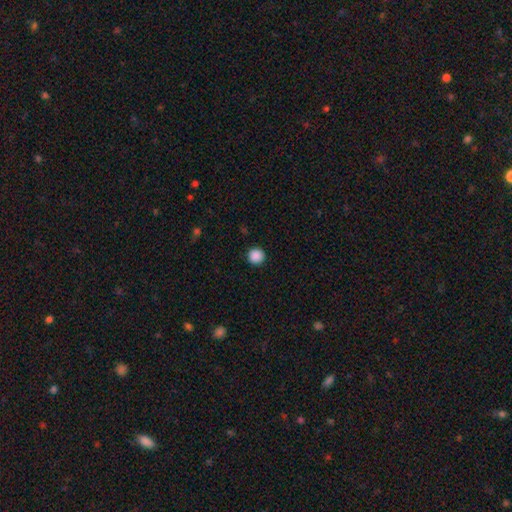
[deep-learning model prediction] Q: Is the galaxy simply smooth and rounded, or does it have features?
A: smooth — 89%.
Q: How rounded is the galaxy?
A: round — 95%.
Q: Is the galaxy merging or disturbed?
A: none — 93%.